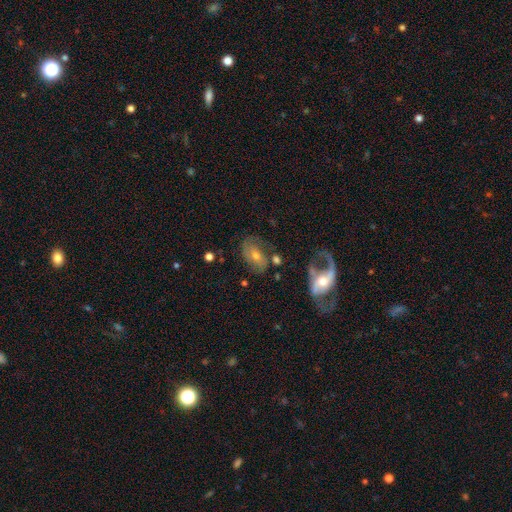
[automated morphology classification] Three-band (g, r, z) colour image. It shows a featured or disk galaxy (64%) with no bar (51%), spiral arms (80%) and a moderate central bulge (56%). Merging: none (54%).